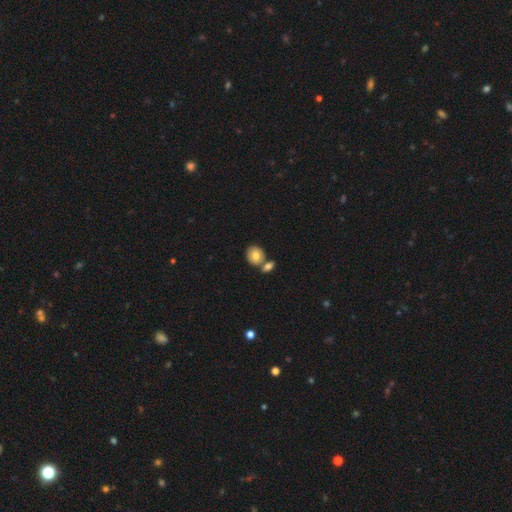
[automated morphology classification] Smooth or featured: smooth — 78% (featured or disk — 14%)
How rounded: round — 72% (in between — 27%)
Merging: none — 57% (merger — 31%)